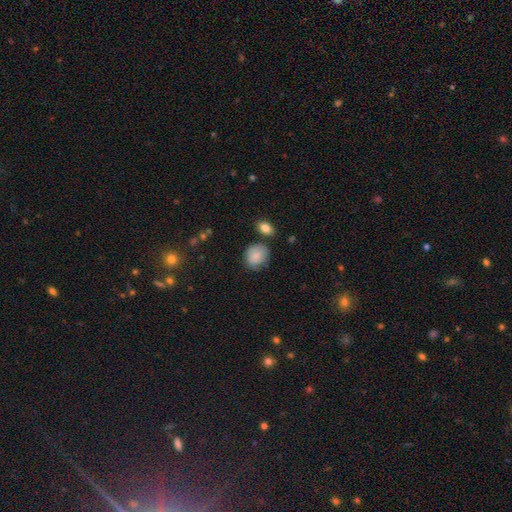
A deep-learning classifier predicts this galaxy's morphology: Smooth or featured? Predicted: smooth (p=0.83). How rounded? Predicted: round (p=0.72). Merging? Predicted: none (p=0.64).